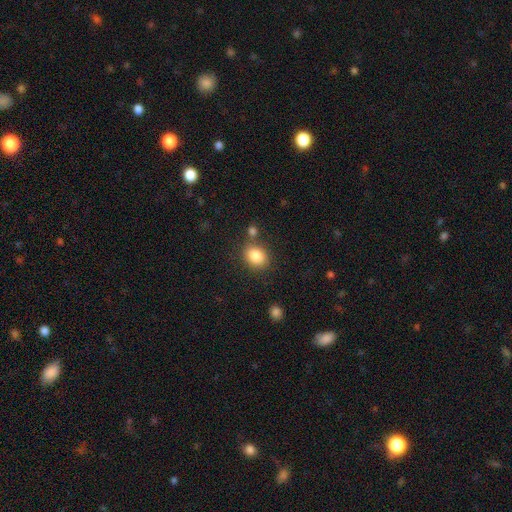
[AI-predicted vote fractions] smooth 85%, star or artifact 9%, featured or disk 6%. Down the decision tree: how rounded — round (59%); merging — none (72%).